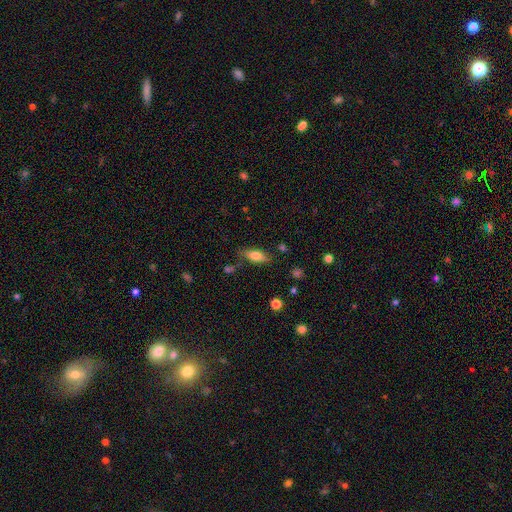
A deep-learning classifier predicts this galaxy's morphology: Smooth or featured?
  - smooth: 70% *
  - featured or disk: 22%
  - star or artifact: 8%
How rounded?
  - in between: 75% *
  - cigar-shaped: 22%
  - round: 3%
Merging?
  - none: 75% *
  - minor disturbance: 16%
  - major disturbance: 4%
  - merger: 4%